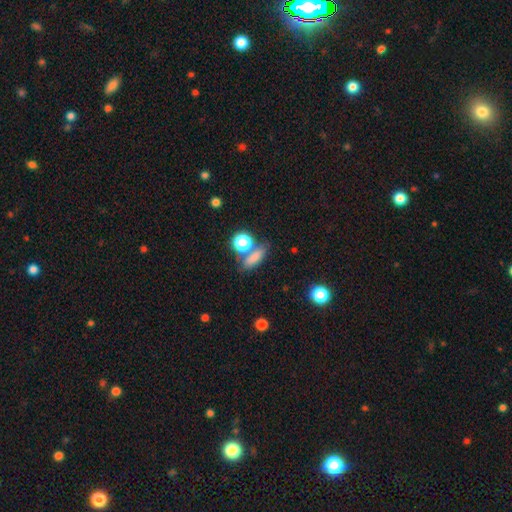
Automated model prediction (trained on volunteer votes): This is likely a smooth galaxy (77%). How rounded: possibly in between (52%). Merging: likely none (61%).